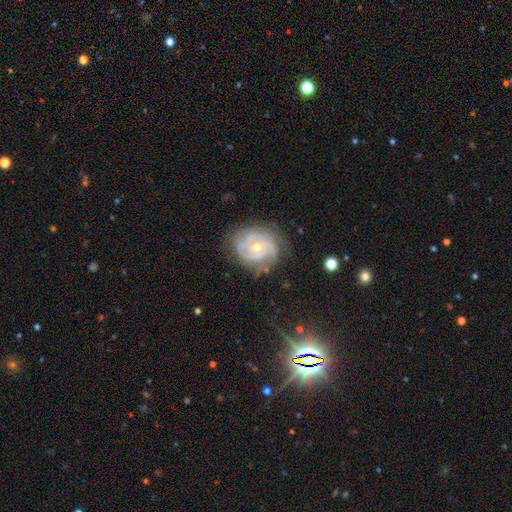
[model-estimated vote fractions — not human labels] Q: Smooth or featured?
A: featured or disk (83%); runner-up: smooth (10%)
Q: Edge-on disk?
A: no (97%); runner-up: yes (3%)
Q: Bar?
A: no (73%); runner-up: weak (22%)
Q: Spiral arms?
A: yes (92%); runner-up: no (8%)
Q: Spiral winding?
A: tight (65%); runner-up: medium (28%)
Q: Spiral arm count?
A: 2 (32%); runner-up: can't tell (28%)
Q: Bulge size?
A: small (51%); runner-up: moderate (46%)
Q: Merging?
A: none (69%); runner-up: minor disturbance (21%)